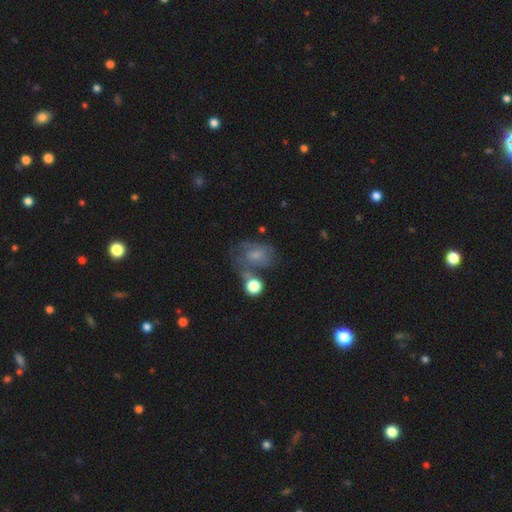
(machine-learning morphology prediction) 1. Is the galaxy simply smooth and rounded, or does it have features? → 45% smooth, 43% featured or disk, 12% star or artifact.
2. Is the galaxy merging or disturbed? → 40% none, 23% minor disturbance, 22% major disturbance, 15% merger.